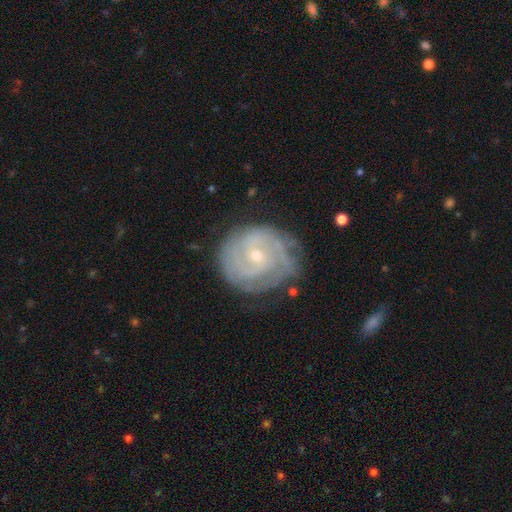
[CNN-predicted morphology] Overall: featured or disk (82%). Edge-on disk: no (98%). Bar: no (59%; weak 34%). Spiral arms: yes (93%). Spiral arm count: can't tell (34%; 2 31%). Spiral winding: tight (70%). Bulge size: small (67%; moderate 30%). Merging: none (70%).